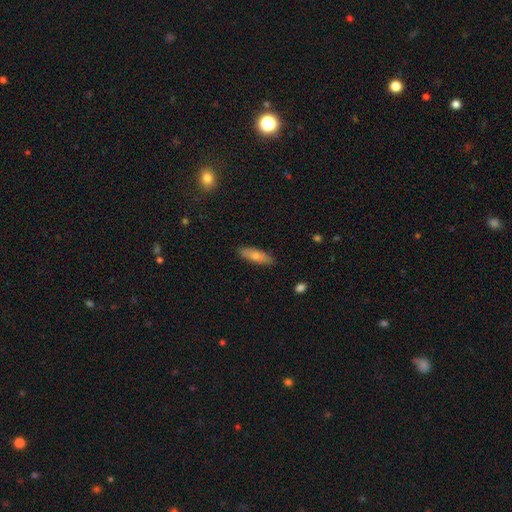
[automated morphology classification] A smooth galaxy with no disk features (72%) that is in between round and cigar-shaped (57%).

Vote fractions:
- Smooth or featured? smooth: 72% / featured or disk: 22% / star or artifact: 6%
- How rounded? in between: 57% / cigar-shaped: 41% / round: 2%
- Merging? none: 84% / minor disturbance: 12% / major disturbance: 2% / merger: 1%